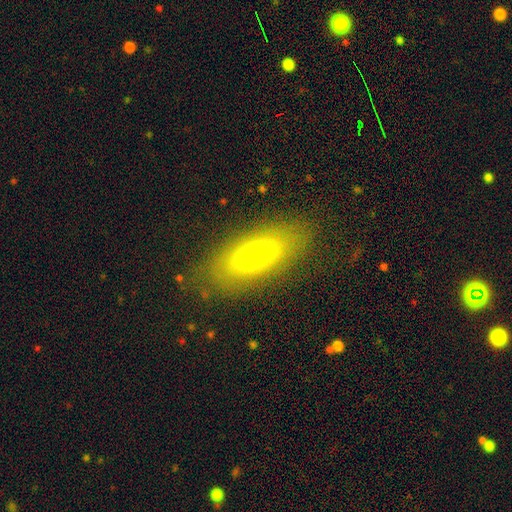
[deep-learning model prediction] A smooth galaxy with no disk features (60%) that is in between round and cigar-shaped (78%).

Vote fractions:
- Smooth or featured? smooth: 60% / featured or disk: 30% / star or artifact: 10%
- How rounded? in between: 78% / cigar-shaped: 17% / round: 5%
- Merging? none: 81% / minor disturbance: 13% / major disturbance: 5% / merger: 1%